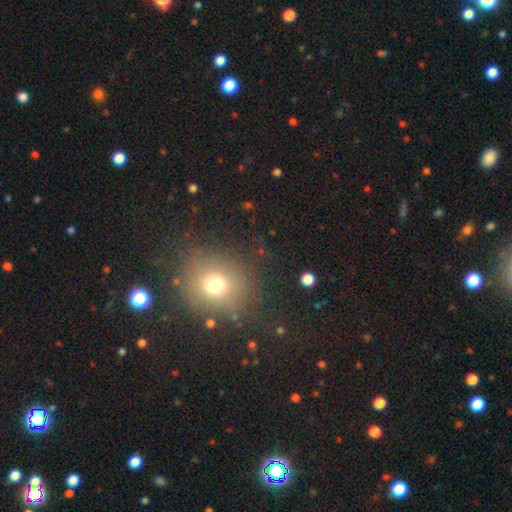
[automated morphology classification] This appears to be a smooth galaxy with no disk features (60%) that is round (79%). Merging: none (85%).